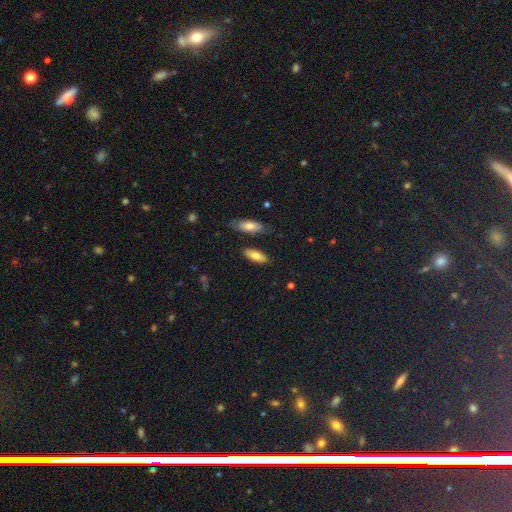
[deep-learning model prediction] smooth-or-featured: smooth: 78% | featured or disk: 15% | star or artifact: 7%
  how-rounded: in between: 71% | cigar-shaped: 27% | round: 2%
  merging: none: 80% | minor disturbance: 13% | merger: 5% | major disturbance: 3%